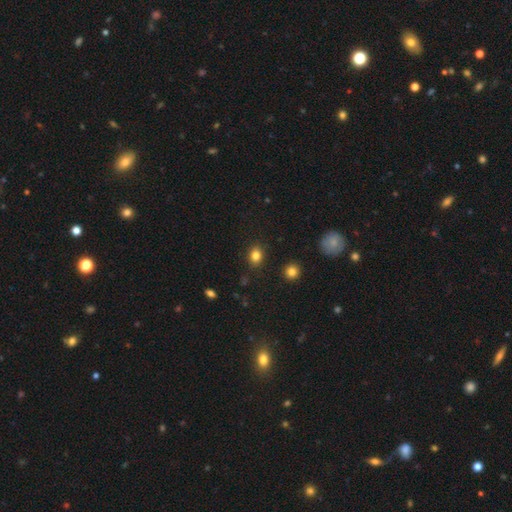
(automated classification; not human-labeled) Q: Smooth or featured?
A: smooth (83%); runner-up: star or artifact (12%)
Q: How rounded?
A: round (52%); runner-up: in between (47%)
Q: Merging?
A: none (88%); runner-up: minor disturbance (8%)